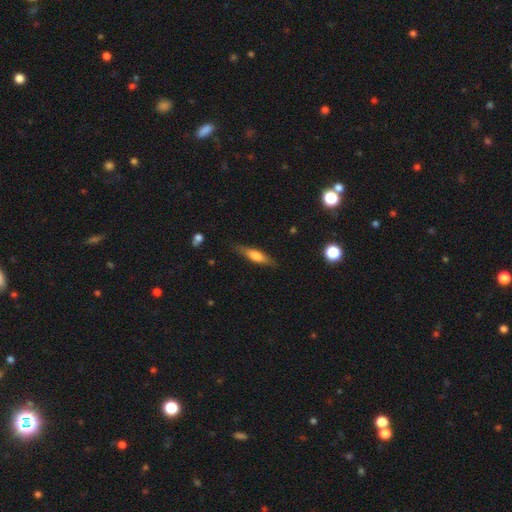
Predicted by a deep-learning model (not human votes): Overall: smooth (52%; featured or disk 42%). How rounded: cigar-shaped (73%). Merging: none (84%).